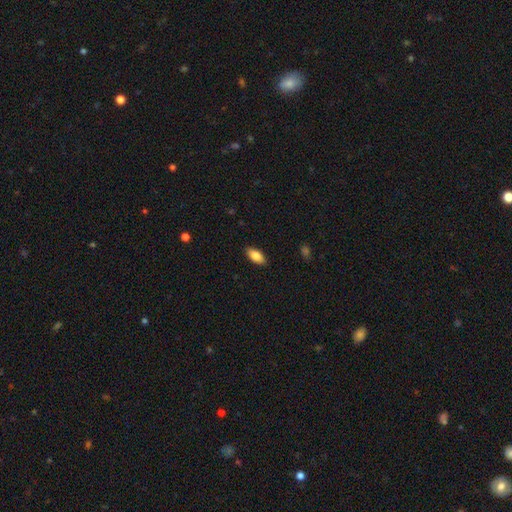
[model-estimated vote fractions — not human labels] Q: Smooth or featured?
A: smooth (86%); runner-up: featured or disk (8%)
Q: How rounded?
A: in between (90%); runner-up: cigar-shaped (7%)
Q: Merging?
A: none (89%); runner-up: minor disturbance (8%)